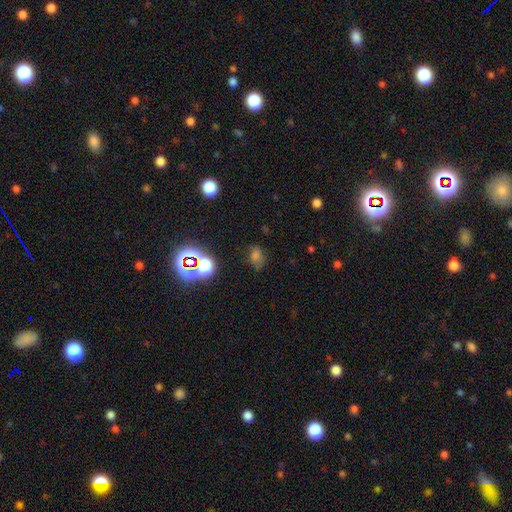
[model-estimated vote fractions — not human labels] smooth 61%, star or artifact 30%, featured or disk 10%. Down the decision tree: how rounded — in between (71%); merging — none (65%).